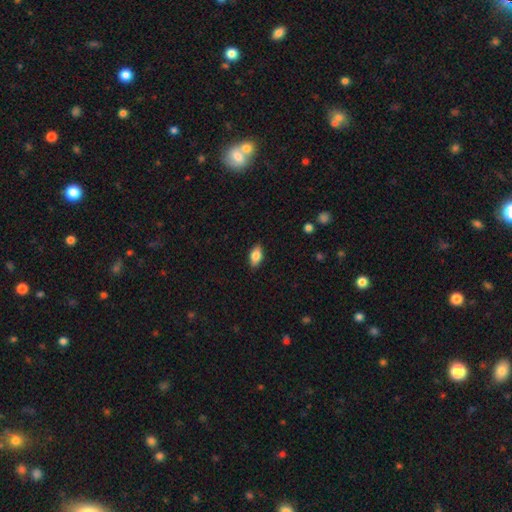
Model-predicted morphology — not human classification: A smooth galaxy with no disk features (80%) that is in between round and cigar-shaped (89%). Merging: none (87%).